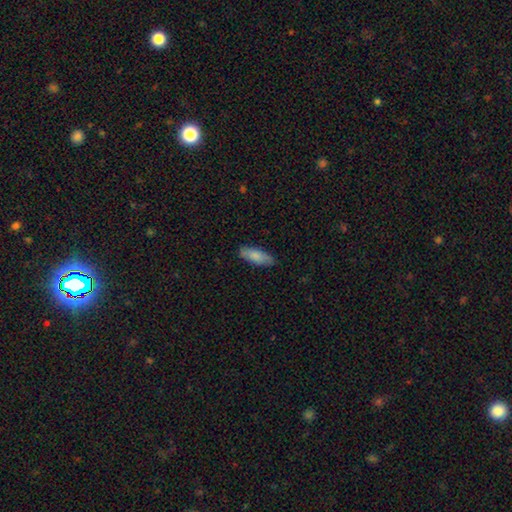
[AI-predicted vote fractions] Smooth or featured?
  - smooth: 81% *
  - featured or disk: 13%
  - star or artifact: 6%
How rounded?
  - in between: 72% *
  - cigar-shaped: 26%
  - round: 2%
Merging?
  - none: 84% *
  - minor disturbance: 13%
  - major disturbance: 2%
  - merger: 1%